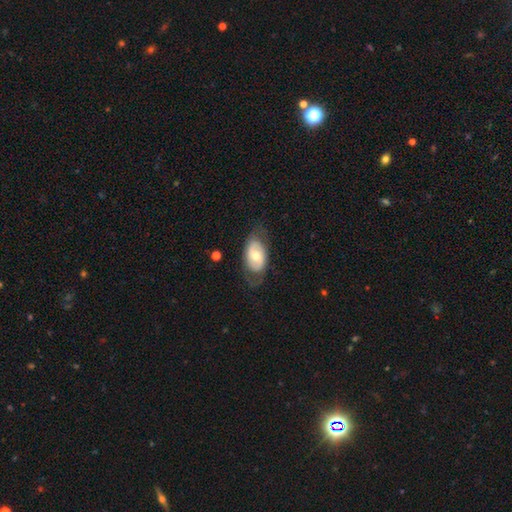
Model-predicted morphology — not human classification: featured or disk 49%, smooth 45%, star or artifact 6%. Down the decision tree: merging — none (66%).